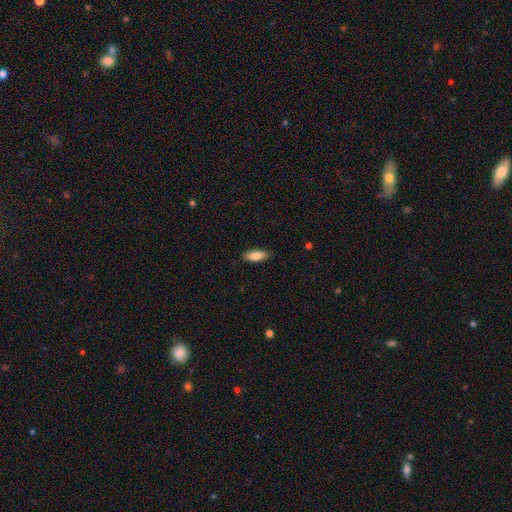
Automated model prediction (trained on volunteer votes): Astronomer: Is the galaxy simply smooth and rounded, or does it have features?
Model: smooth — 82%.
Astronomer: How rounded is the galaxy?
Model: in between — 77%.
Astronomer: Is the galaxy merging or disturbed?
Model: none — 88%.